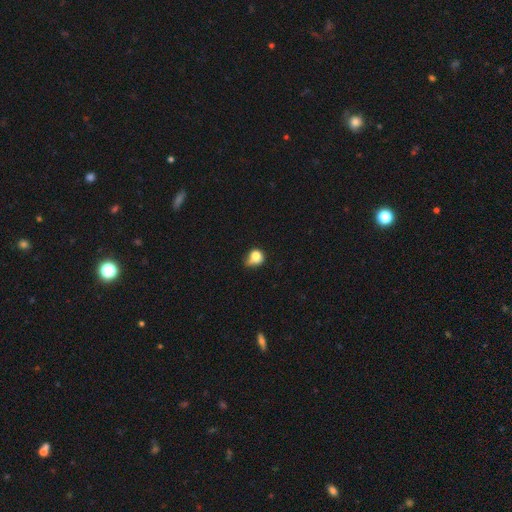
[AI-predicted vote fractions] Smooth or featured?
  - smooth: 78% *
  - featured or disk: 11%
  - star or artifact: 11%
How rounded?
  - round: 71% *
  - in between: 28%
  - cigar-shaped: 1%
Merging?
  - minor disturbance: 38% *
  - none: 36%
  - major disturbance: 17%
  - merger: 9%